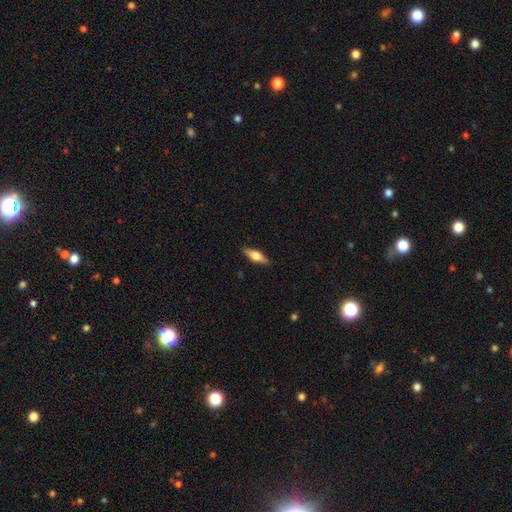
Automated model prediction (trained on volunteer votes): smooth_or_featured: featured or disk (p=0.50) [alt: smooth p=0.44]
disk_edge_on: yes (p=0.94) [alt: no p=0.06]
merging: none (p=0.89) [alt: minor disturbance p=0.09]